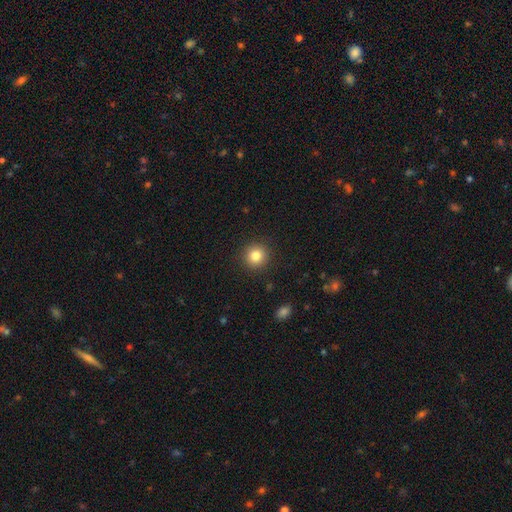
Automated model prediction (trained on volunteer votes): Smooth or featured: smooth — 83% (star or artifact — 11%)
How rounded: round — 93% (in between — 6%)
Merging: none — 91% (minor disturbance — 6%)